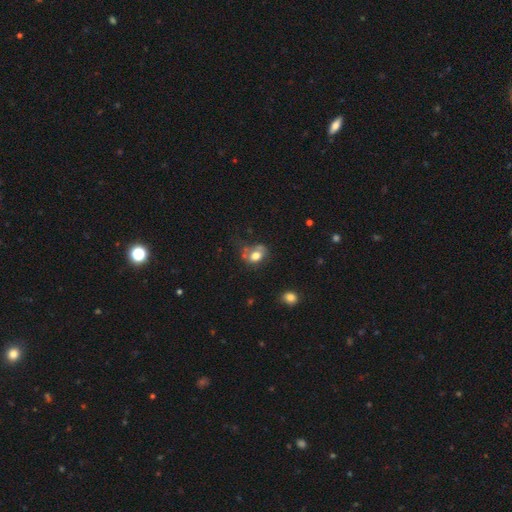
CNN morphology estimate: smooth 68%, featured or disk 21%, star or artifact 10%. Down the decision tree: how rounded — in between (67%); merging — none (36%).